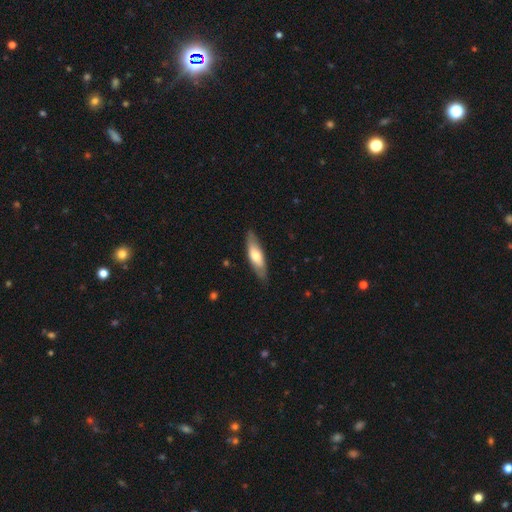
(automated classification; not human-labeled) A smooth galaxy with no disk features (60%) that is cigar-shaped (54%). Merging: none (85%).